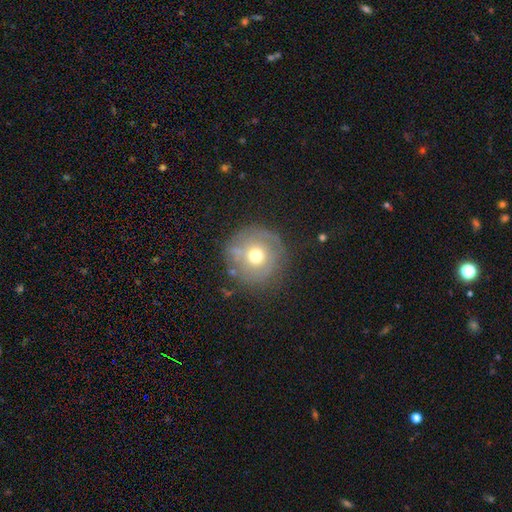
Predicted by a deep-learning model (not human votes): Smooth or featured?
  - smooth: 55% *
  - featured or disk: 34%
  - star or artifact: 11%
How rounded?
  - round: 94% *
  - in between: 5%
  - cigar-shaped: 1%
Merging?
  - none: 76% *
  - minor disturbance: 15%
  - major disturbance: 7%
  - merger: 3%